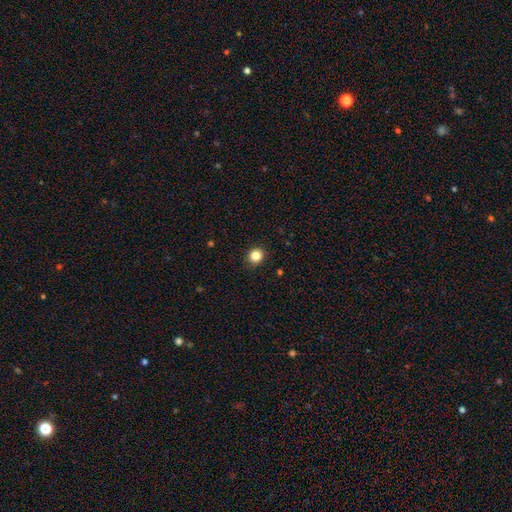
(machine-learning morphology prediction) A smooth galaxy with no disk features (85%) that is round (88%). Merging: none (92%).